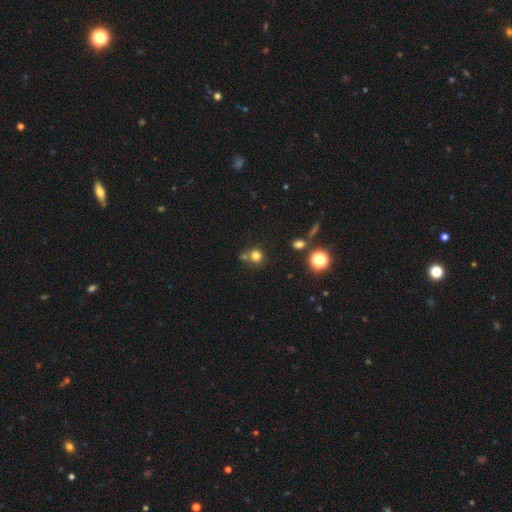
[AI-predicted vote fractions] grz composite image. It shows a smooth galaxy with no disk features (75%) that is round (88%). Merging: none (62%).